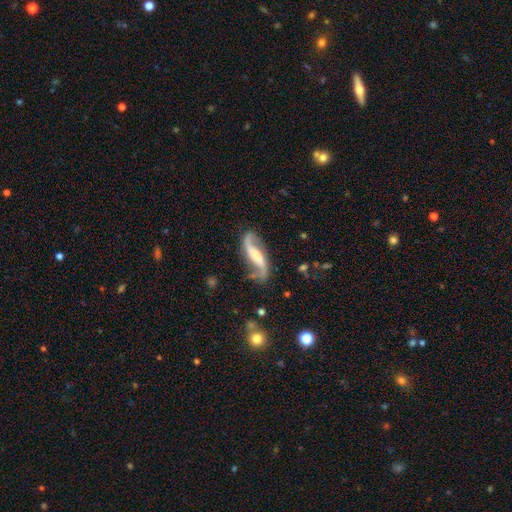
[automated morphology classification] Smooth or featured?
  - featured or disk: 87% *
  - smooth: 8%
  - star or artifact: 5%
Edge-on disk?
  - no: 93% *
  - yes: 7%
Bar?
  - strong: 36% *
  - weak: 35%
  - no: 29%
Spiral arms?
  - yes: 97% *
  - no: 3%
Spiral winding?
  - loose: 77% *
  - medium: 18%
  - tight: 5%
Spiral arm count?
  - 2: 94% *
  - 1: 2%
  - can't tell: 2%
  - 3: 1%
  - 4: 1%
  - more than 4: 1%
Bulge size?
  - moderate: 31% *
  - small: 25%
  - none: 24%
  - large: 16%
  - dominant: 3%
Merging?
  - none: 77% *
  - minor disturbance: 15%
  - major disturbance: 6%
  - merger: 2%